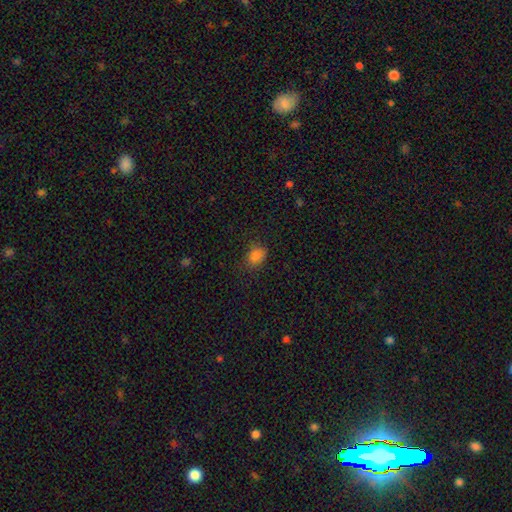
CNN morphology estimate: This appears to be a smooth galaxy with no disk features (82%) that is in between round and cigar-shaped (60%). Merging: none (73%).